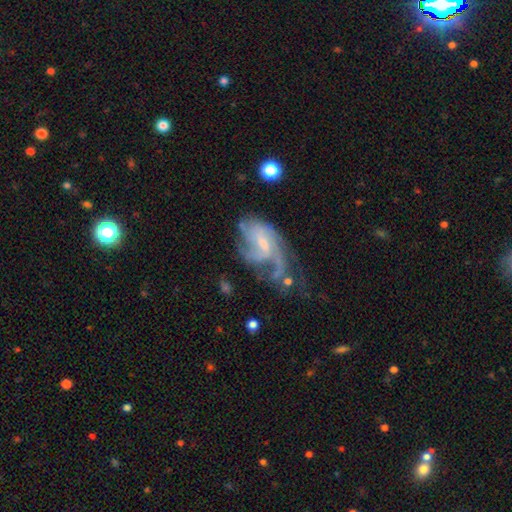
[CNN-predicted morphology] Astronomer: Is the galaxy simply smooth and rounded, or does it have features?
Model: featured or disk — 82%.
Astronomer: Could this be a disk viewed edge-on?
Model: no — 97%.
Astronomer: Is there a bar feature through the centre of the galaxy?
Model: weak — 52% (runner-up: no, 35%).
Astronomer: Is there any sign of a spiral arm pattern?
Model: yes — 90%.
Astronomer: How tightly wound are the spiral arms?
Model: medium — 43% (runner-up: loose, 32%).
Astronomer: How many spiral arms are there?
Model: can't tell — 30% (runner-up: 3, 25%).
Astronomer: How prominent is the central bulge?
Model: small — 57%.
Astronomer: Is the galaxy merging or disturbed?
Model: major disturbance — 39% (runner-up: none, 32%).